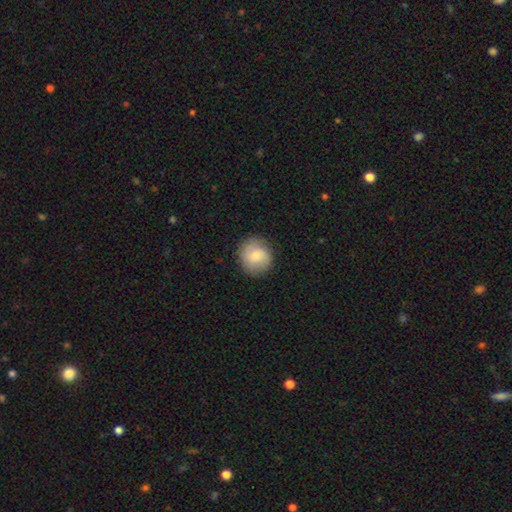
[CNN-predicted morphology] Smooth or featured?
  - smooth: 72% *
  - featured or disk: 21%
  - star or artifact: 7%
How rounded?
  - round: 88% *
  - in between: 11%
  - cigar-shaped: 1%
Merging?
  - none: 85% *
  - minor disturbance: 11%
  - major disturbance: 3%
  - merger: 1%